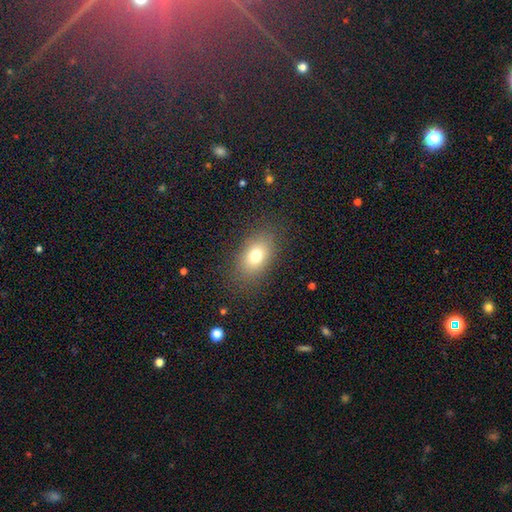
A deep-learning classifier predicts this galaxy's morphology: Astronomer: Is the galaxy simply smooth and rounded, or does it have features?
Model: smooth — 74%.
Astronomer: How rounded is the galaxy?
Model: in between — 79%.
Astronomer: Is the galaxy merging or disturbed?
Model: none — 83%.